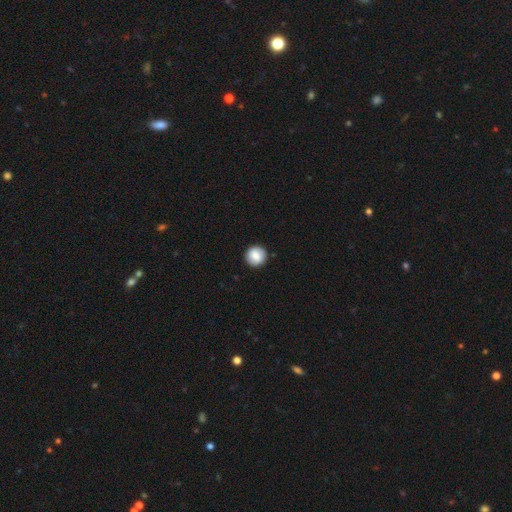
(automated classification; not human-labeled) The model was most divided on "smooth or featured": smooth: 81%, featured or disk: 11%, star or artifact: 8%. More confident: how rounded — round (94%); merging — none (91%).